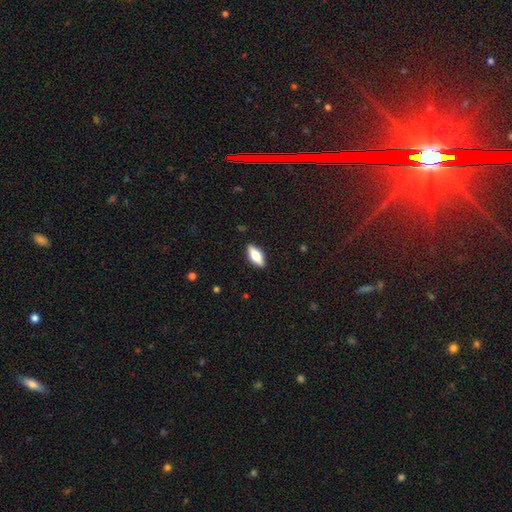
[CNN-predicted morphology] Q: Smooth or featured?
A: smooth (60%); runner-up: featured or disk (34%)
Q: How rounded?
A: in between (74%); runner-up: cigar-shaped (24%)
Q: Merging?
A: none (88%); runner-up: minor disturbance (9%)